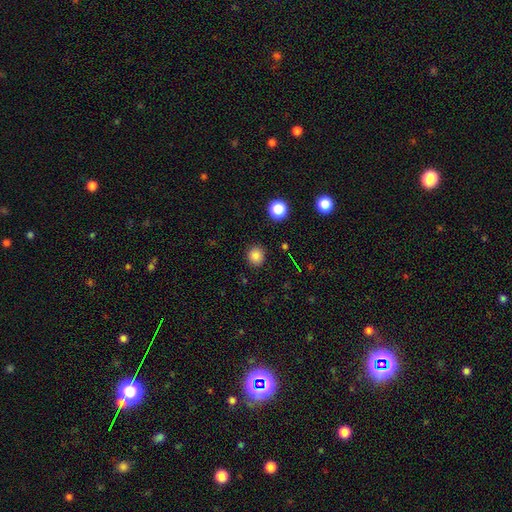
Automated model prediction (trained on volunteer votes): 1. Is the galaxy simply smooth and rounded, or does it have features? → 82% smooth, 13% star or artifact, 5% featured or disk.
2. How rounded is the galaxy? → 89% round, 10% in between, 1% cigar-shaped.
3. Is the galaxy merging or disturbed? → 90% none, 6% minor disturbance, 2% major disturbance, 1% merger.